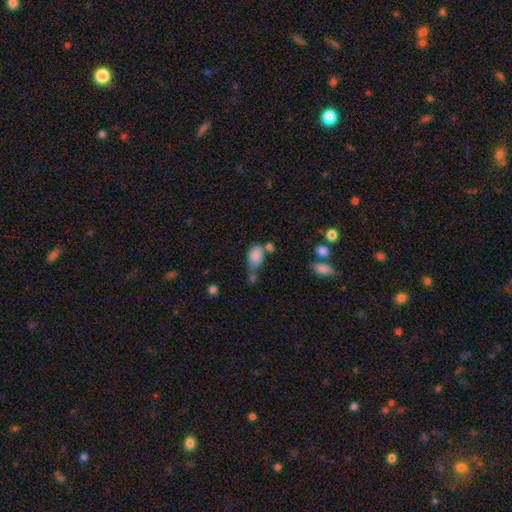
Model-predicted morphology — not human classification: Smooth or featured? smooth (82%)
How rounded? in between (83%)
Merging? none (35%)